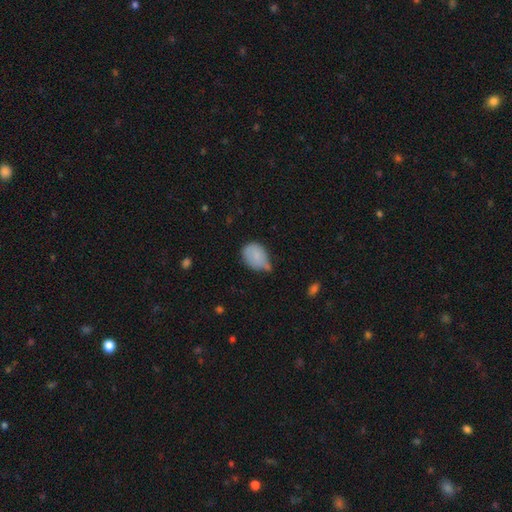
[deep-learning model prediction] smooth_or_featured: smooth (p=0.80) [alt: featured or disk p=0.12]
how_rounded: in between (p=0.68) [alt: round p=0.31]
merging: minor disturbance (p=0.47) [alt: none p=0.29]